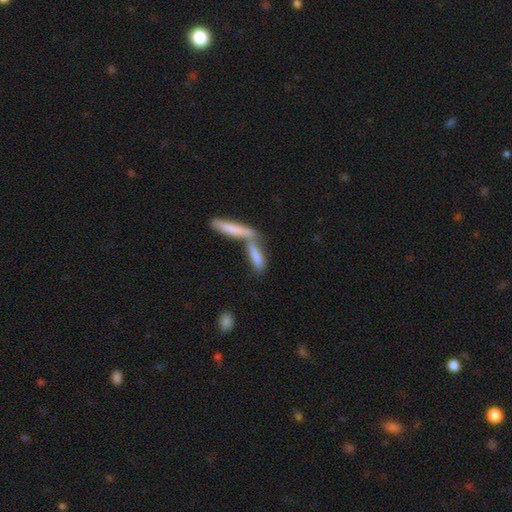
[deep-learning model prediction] Smooth or featured: smooth — 76% (featured or disk — 17%)
How rounded: cigar-shaped — 68% (in between — 30%)
Merging: merger — 51% (none — 35%)